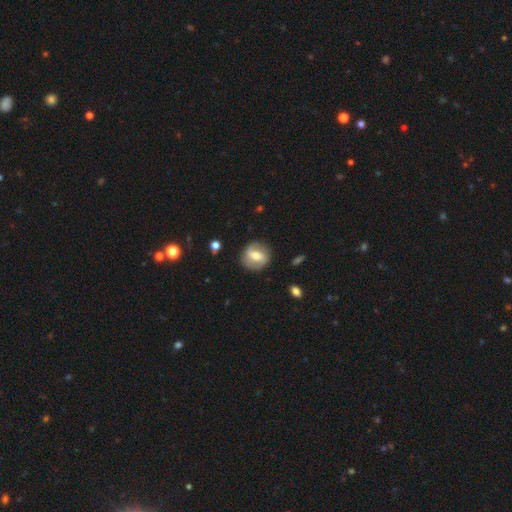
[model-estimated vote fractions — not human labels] featured or disk 54%, smooth 40%, star or artifact 7%. Down the decision tree: edge-on disk — no (92%); merging — none (84%).